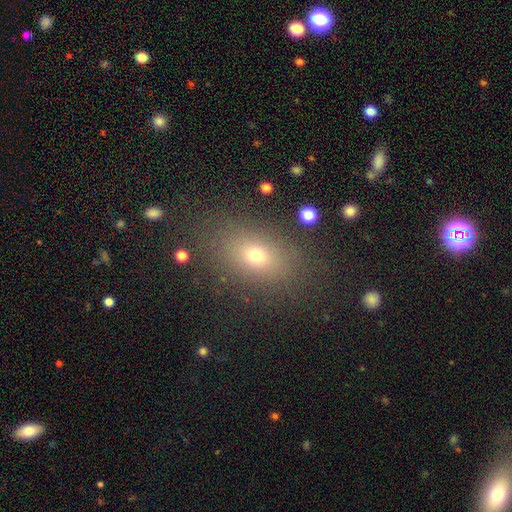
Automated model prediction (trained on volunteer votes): Overall: smooth (69%). How rounded: in between (76%). Merging: none (81%).